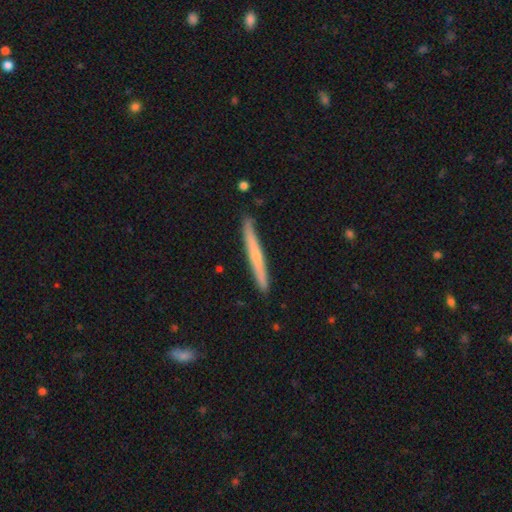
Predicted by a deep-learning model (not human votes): Smooth or featured: featured or disk — 49% (smooth — 45%)
Merging: none — 89% (minor disturbance — 9%)